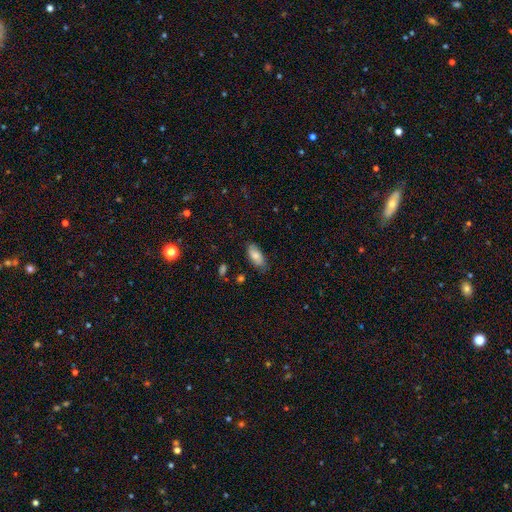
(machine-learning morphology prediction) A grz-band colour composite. It shows a smooth galaxy with no disk features (76%) that is in between round and cigar-shaped (87%). Merging: none (77%).